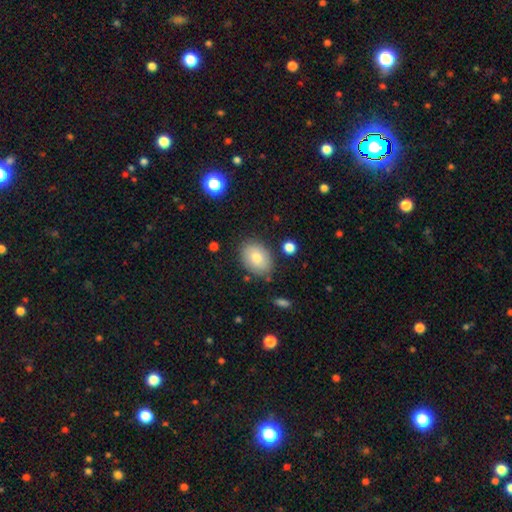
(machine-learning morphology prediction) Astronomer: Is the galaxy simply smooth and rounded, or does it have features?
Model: smooth — 75%.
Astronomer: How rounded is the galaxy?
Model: in between — 74%.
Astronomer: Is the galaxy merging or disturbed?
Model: none — 81%.